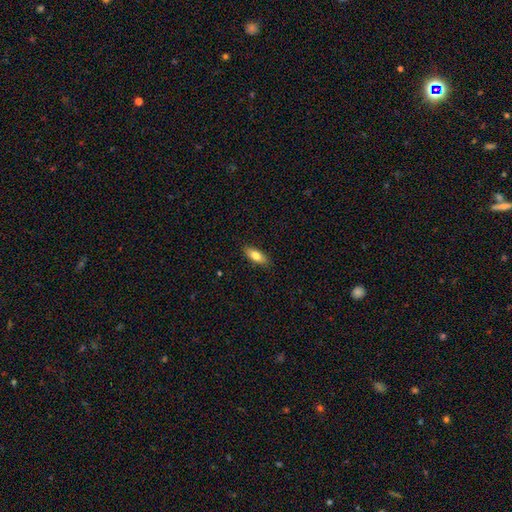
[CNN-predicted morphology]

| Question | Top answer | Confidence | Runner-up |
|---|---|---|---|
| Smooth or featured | smooth | 76% | featured or disk (18%) |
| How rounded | in between | 69% | cigar-shaped (28%) |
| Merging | none | 88% | minor disturbance (9%) |